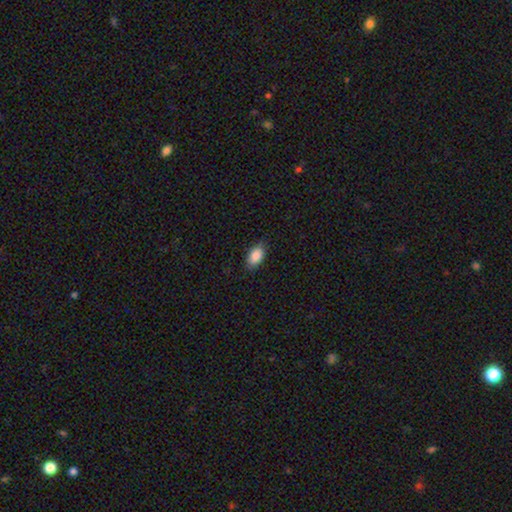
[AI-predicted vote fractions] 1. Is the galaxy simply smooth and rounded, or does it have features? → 88% smooth, 7% star or artifact, 5% featured or disk.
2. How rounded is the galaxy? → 93% in between, 4% round, 3% cigar-shaped.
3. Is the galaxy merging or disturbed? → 84% none, 13% minor disturbance, 2% major disturbance, 1% merger.